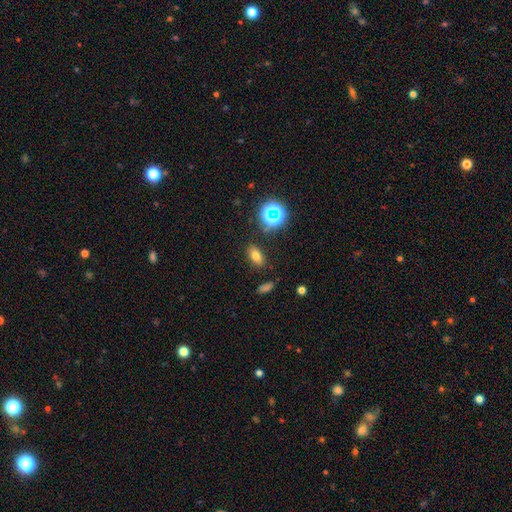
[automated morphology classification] Smooth or featured? smooth (69%)
How rounded? in between (83%)
Merging? none (85%)